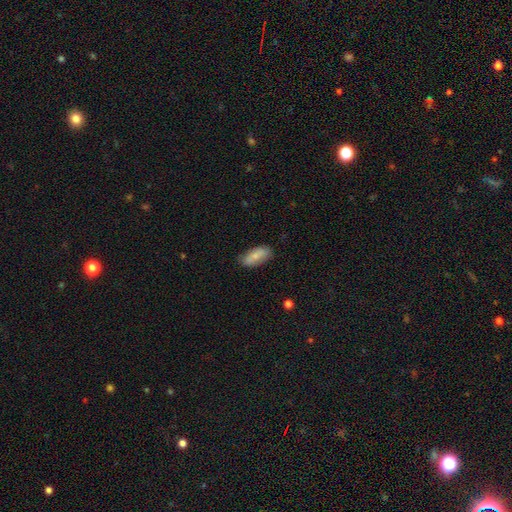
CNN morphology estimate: This appears to be a smooth galaxy with no disk features (78%) that is in between round and cigar-shaped (85%). Merging: none (81%).